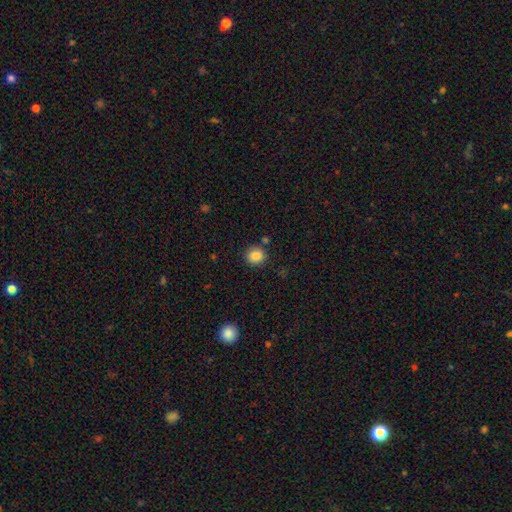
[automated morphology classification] type=smooth (86%); roundness=round (84%); merging=none (85%).